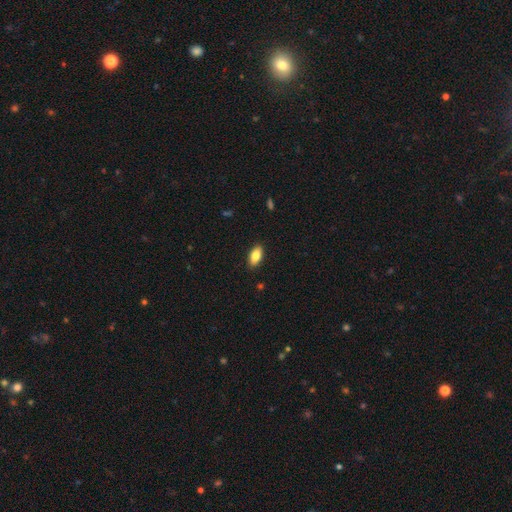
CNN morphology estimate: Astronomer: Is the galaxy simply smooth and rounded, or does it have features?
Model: smooth — 84%.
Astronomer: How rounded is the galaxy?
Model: in between — 91%.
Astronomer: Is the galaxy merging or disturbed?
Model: none — 88%.